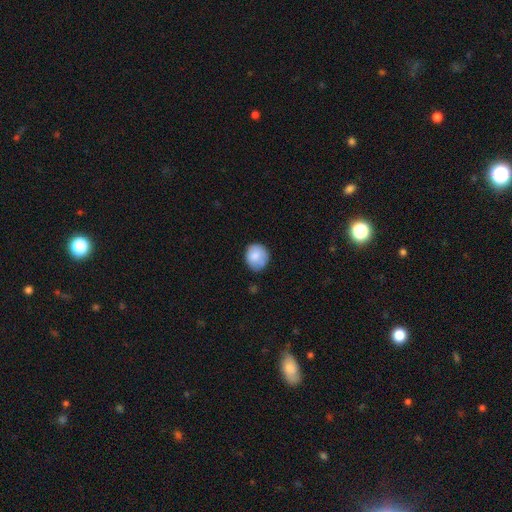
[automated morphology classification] A smooth galaxy with no disk features (81%) that is round (75%).

Vote fractions:
- Smooth or featured? smooth: 81% / featured or disk: 12% / star or artifact: 8%
- How rounded? round: 75% / in between: 24% / cigar-shaped: 1%
- Merging? none: 69% / minor disturbance: 24% / major disturbance: 5% / merger: 2%